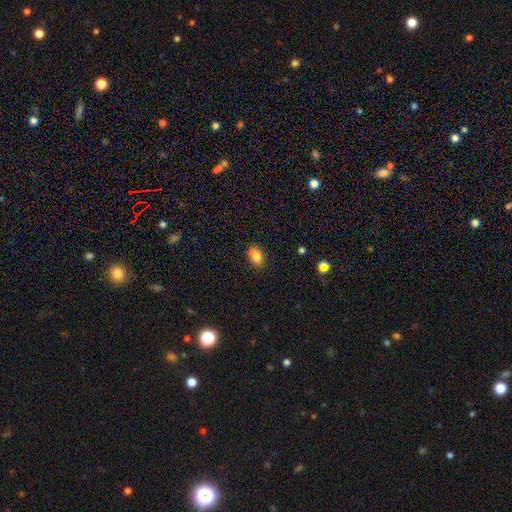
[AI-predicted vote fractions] This is likely a smooth galaxy (77%). How rounded: likely in between (65%). Merging: possibly none (48%).